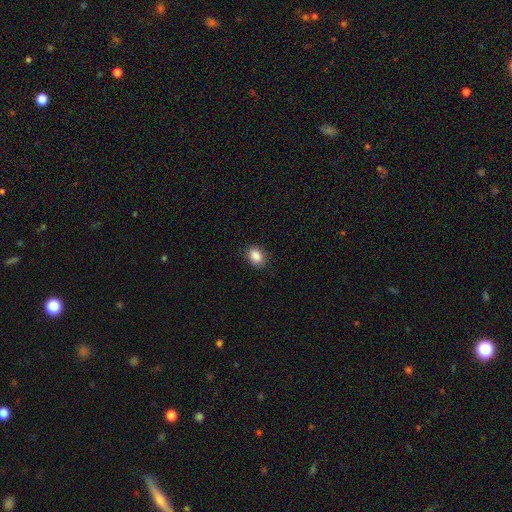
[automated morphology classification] This appears to be a smooth galaxy with no disk features (87%) that is in between round and cigar-shaped (72%). Merging: none (84%).